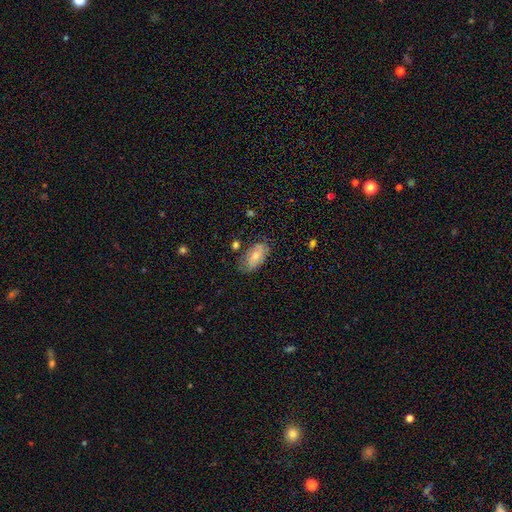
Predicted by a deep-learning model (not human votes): Smooth or featured? Predicted: smooth (p=0.66). How rounded? Predicted: in between (p=0.92). Merging? Predicted: none (p=0.69).